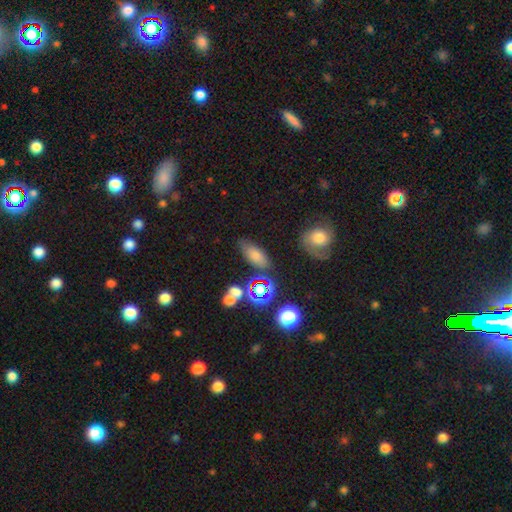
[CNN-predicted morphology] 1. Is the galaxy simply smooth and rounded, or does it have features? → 61% smooth, 20% star or artifact, 19% featured or disk.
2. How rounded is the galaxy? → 74% in between, 16% cigar-shaped, 10% round.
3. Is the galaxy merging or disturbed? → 69% none, 16% minor disturbance, 8% merger, 7% major disturbance.